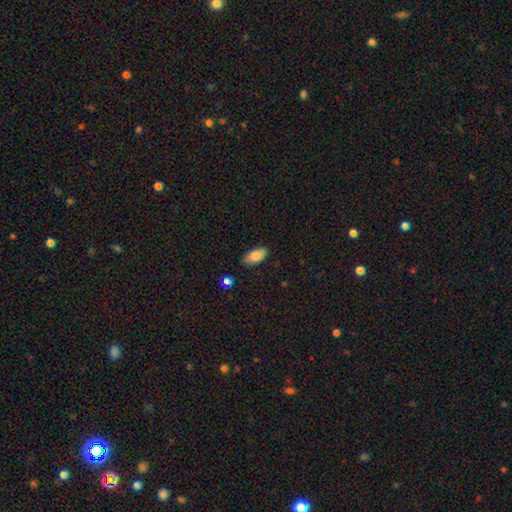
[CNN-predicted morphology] A smooth galaxy with no disk features (81%) that is in between round and cigar-shaped (90%).

Vote fractions:
- Smooth or featured? smooth: 81% / featured or disk: 12% / star or artifact: 7%
- How rounded? in between: 90% / cigar-shaped: 7% / round: 3%
- Merging? none: 85% / minor disturbance: 11% / major disturbance: 2% / merger: 1%